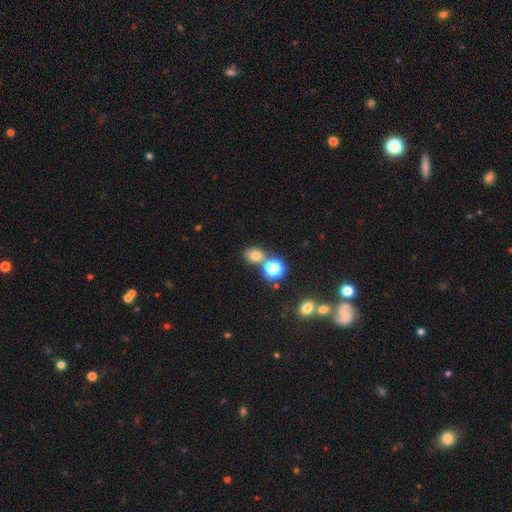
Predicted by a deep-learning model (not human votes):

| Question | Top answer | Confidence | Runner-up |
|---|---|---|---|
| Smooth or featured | smooth | 71% | star or artifact (21%) |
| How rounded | round | 55% | in between (43%) |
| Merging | none | 65% | merger (21%) |